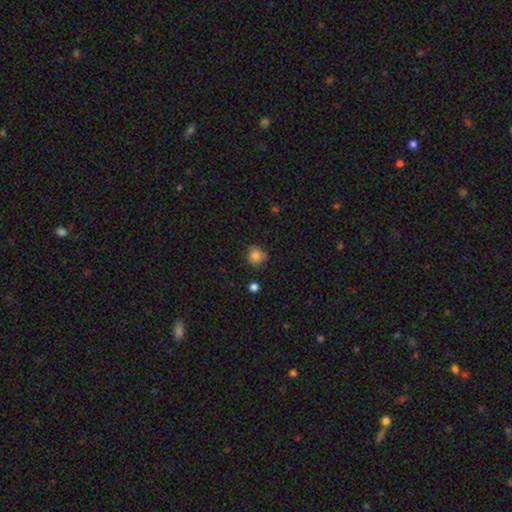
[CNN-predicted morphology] A smooth galaxy with no disk features (84%) that is round (83%).

Vote fractions:
- Smooth or featured? smooth: 84% / star or artifact: 10% / featured or disk: 6%
- How rounded? round: 83% / in between: 16% / cigar-shaped: 1%
- Merging? none: 70% / minor disturbance: 23% / major disturbance: 4% / merger: 2%